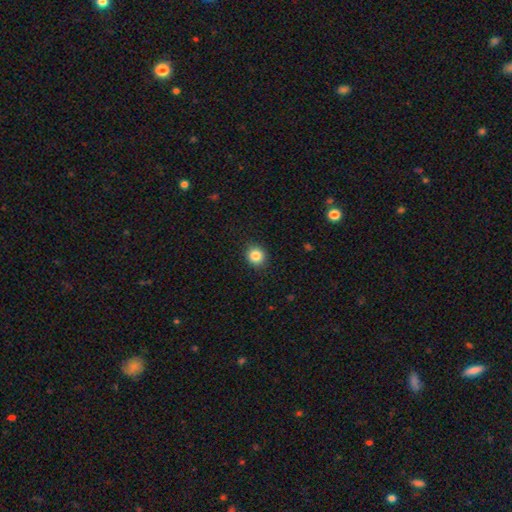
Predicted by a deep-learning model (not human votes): Smooth or featured? Predicted: smooth (p=0.85). How rounded? Predicted: round (p=0.84). Merging? Predicted: none (p=0.91).